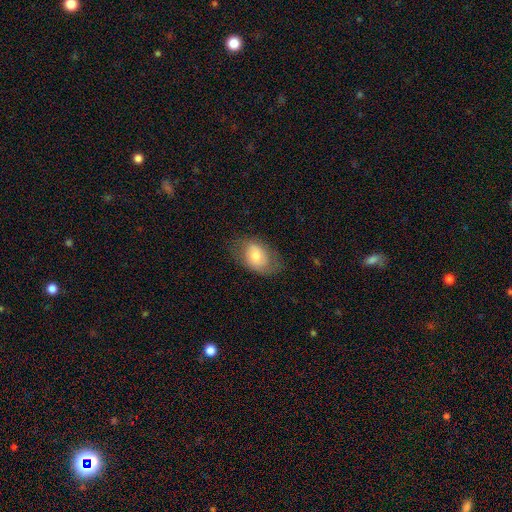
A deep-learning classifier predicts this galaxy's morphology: A smooth galaxy with no disk features (62%) that is in between round and cigar-shaped (83%).

Vote fractions:
- Smooth or featured? smooth: 62% / featured or disk: 30% / star or artifact: 8%
- How rounded? in between: 83% / round: 16% / cigar-shaped: 1%
- Merging? none: 65% / minor disturbance: 24% / major disturbance: 10% / merger: 1%